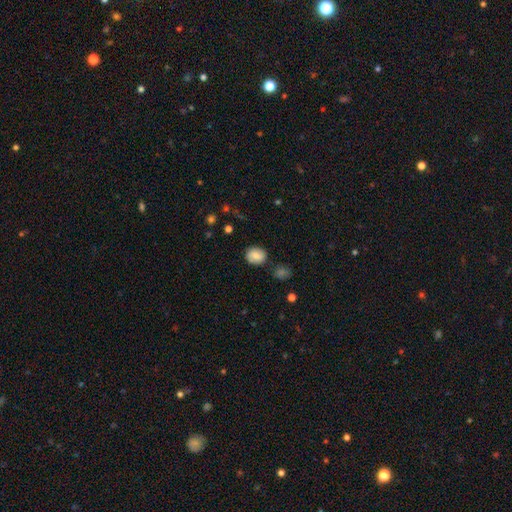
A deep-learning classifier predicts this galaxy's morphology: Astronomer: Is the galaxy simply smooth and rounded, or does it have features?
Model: smooth — 80%.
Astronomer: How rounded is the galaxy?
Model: round — 59% (runner-up: in between, 40%).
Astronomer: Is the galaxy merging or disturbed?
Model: none — 81%.